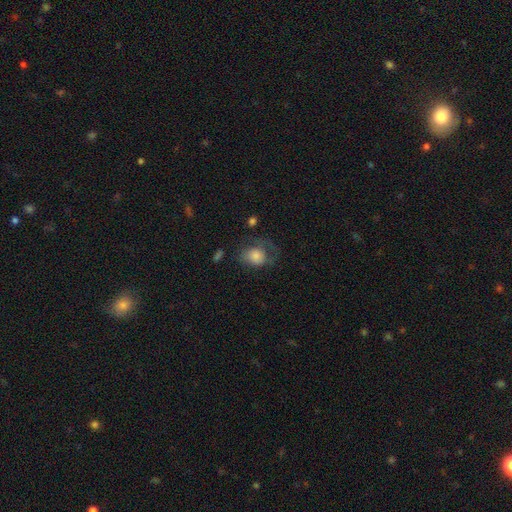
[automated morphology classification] Q: Smooth or featured?
A: smooth (67%); runner-up: featured or disk (24%)
Q: How rounded?
A: in between (53%); runner-up: round (46%)
Q: Merging?
A: none (37%); runner-up: major disturbance (35%)